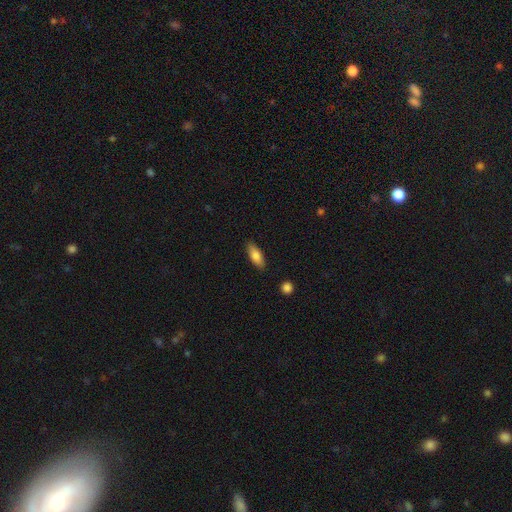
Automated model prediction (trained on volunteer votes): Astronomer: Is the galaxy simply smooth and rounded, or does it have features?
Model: smooth — 81%.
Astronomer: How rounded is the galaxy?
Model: in between — 70%.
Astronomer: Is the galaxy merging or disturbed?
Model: none — 87%.